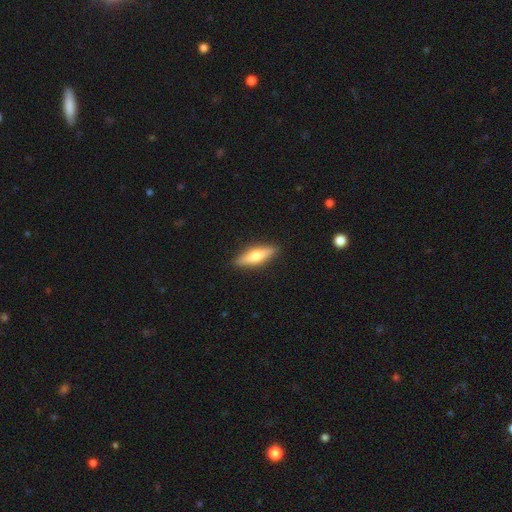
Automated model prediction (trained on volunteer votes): Morphology: type=smooth (58%); roundness=cigar-shaped (61%); merging=none (89%).